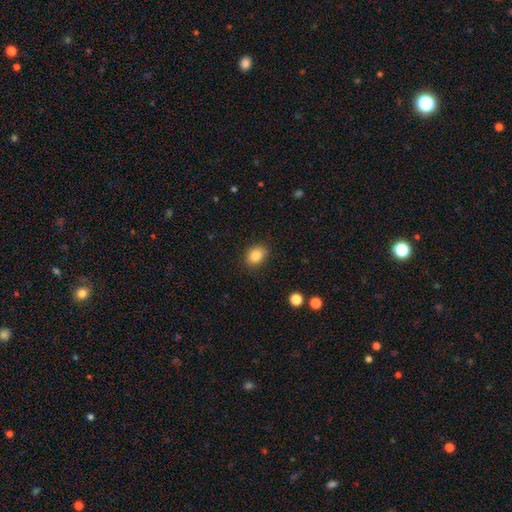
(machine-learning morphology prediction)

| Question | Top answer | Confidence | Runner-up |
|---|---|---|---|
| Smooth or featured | smooth | 84% | star or artifact (10%) |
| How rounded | in between | 53% | round (45%) |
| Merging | none | 80% | minor disturbance (15%) |